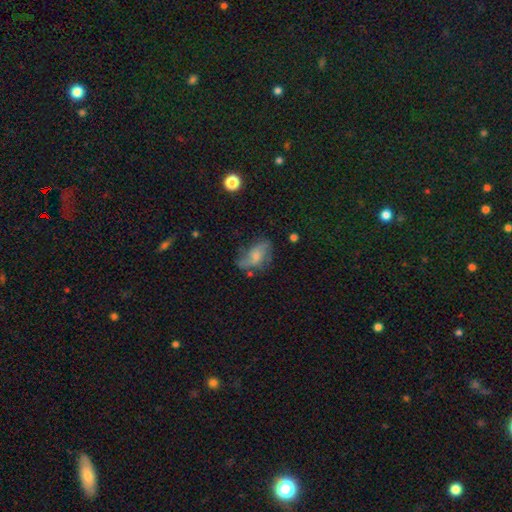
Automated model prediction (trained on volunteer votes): This is possibly a featured or disk galaxy (52%). It is clearly not viewed edge-on (95%). Merging: possibly none (51%).